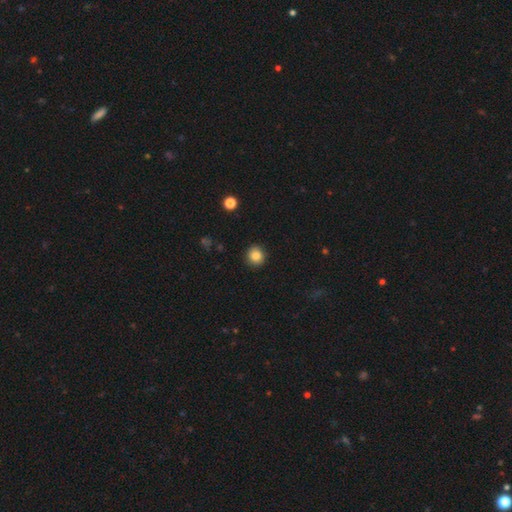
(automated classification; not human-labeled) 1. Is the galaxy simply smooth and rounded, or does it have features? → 84% smooth, 10% star or artifact, 6% featured or disk.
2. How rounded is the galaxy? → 91% round, 8% in between, 1% cigar-shaped.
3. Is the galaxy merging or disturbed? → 91% none, 7% minor disturbance, 2% major disturbance, 1% merger.